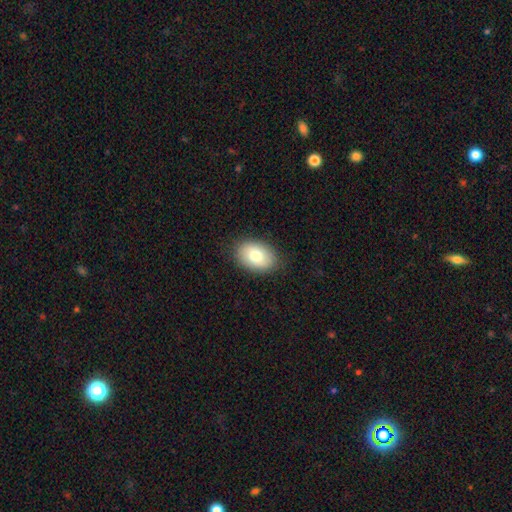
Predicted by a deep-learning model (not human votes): This appears to be a smooth galaxy with no disk features (79%) that is in between round and cigar-shaped (84%). Merging: none (87%).